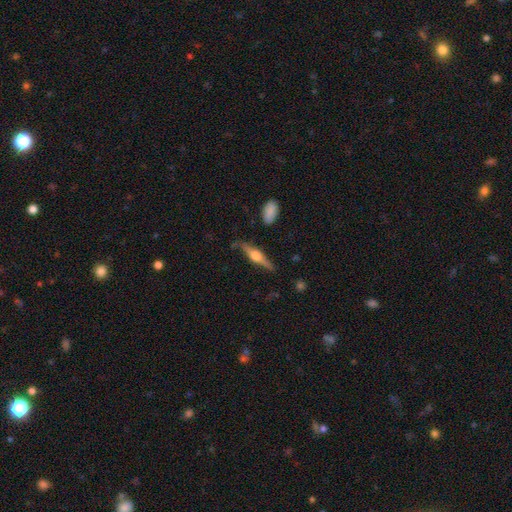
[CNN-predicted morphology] A featured or disk galaxy (75%) viewed edge-on (97%) with a rounded central bulge (93%). Merging: none (82%).